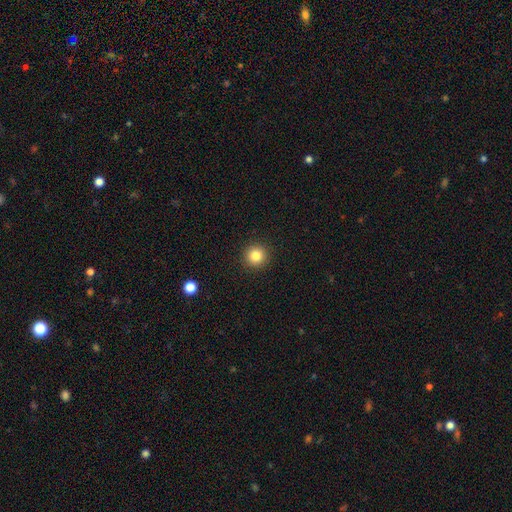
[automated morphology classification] type=smooth (84%); roundness=round (94%); merging=none (92%).